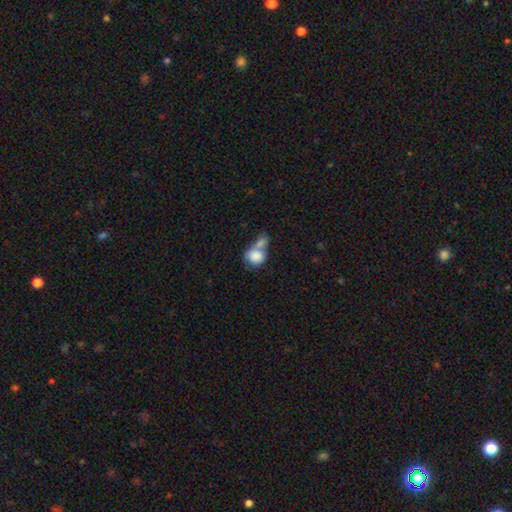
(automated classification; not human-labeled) Smooth or featured? smooth (82%)
How rounded? round (56%)
Merging? merger (67%)